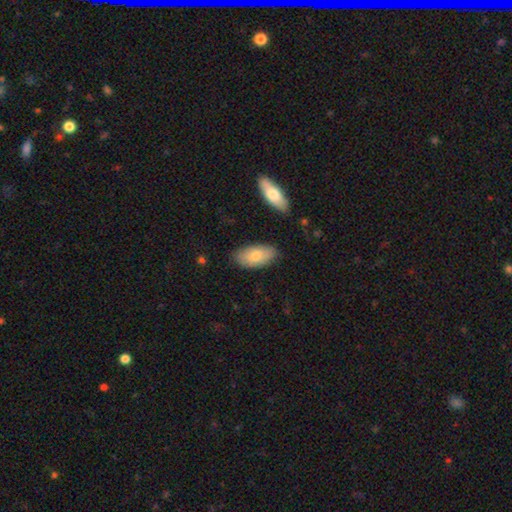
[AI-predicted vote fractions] Morphology: type=smooth (77%); roundness=in between (94%); merging=none (81%).